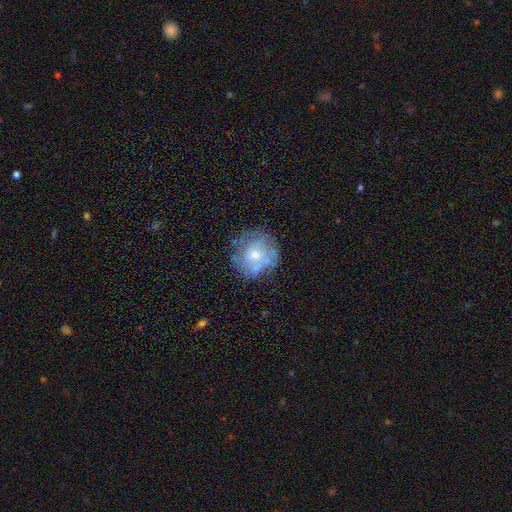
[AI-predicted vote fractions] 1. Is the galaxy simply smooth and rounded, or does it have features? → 49% featured or disk, 42% smooth, 9% star or artifact.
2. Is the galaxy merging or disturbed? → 64% none, 22% minor disturbance, 12% major disturbance, 3% merger.